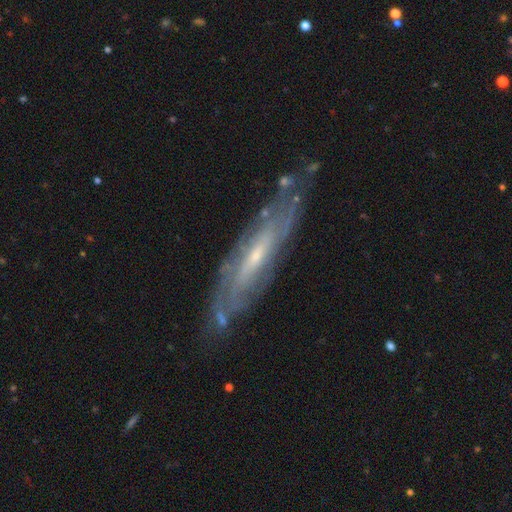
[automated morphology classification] smooth_or_featured: featured or disk (p=0.81) [alt: smooth p=0.12]
disk_edge_on: no (p=0.64) [alt: yes p=0.36]
bar: weak (p=0.43) [alt: no p=0.40]
has_spiral_arms: yes (p=0.85) [alt: no p=0.15]
bulge_size: small (p=0.65) [alt: moderate p=0.30]
merging: none (p=0.77) [alt: minor disturbance p=0.16]